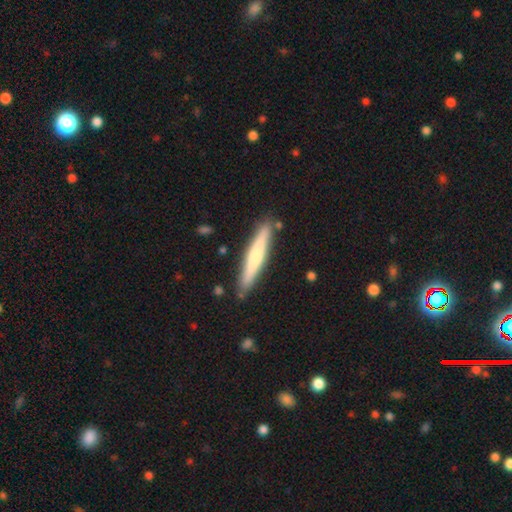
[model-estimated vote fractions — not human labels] Overall: smooth (55%; featured or disk 40%). How rounded: cigar-shaped (93%). Merging: none (86%).